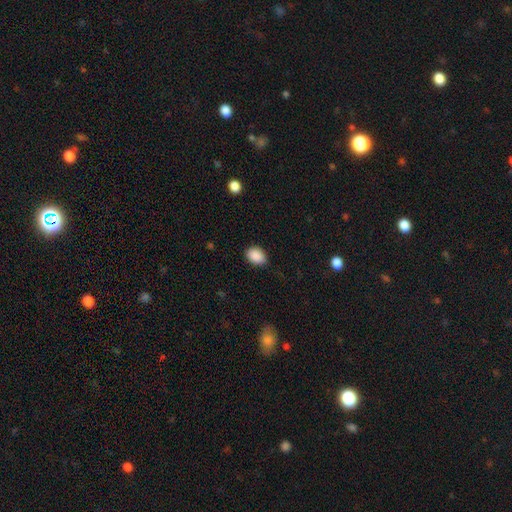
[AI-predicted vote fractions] Smooth or featured?
  - smooth: 89% *
  - star or artifact: 8%
  - featured or disk: 3%
How rounded?
  - in between: 72% *
  - round: 27%
  - cigar-shaped: 1%
Merging?
  - none: 82% *
  - minor disturbance: 14%
  - major disturbance: 3%
  - merger: 1%